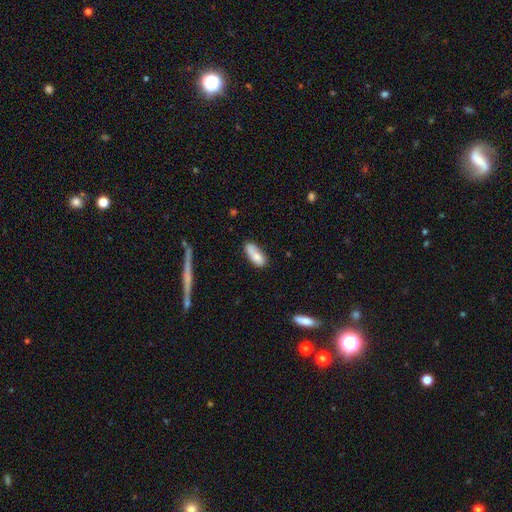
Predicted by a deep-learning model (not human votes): This appears to be a smooth galaxy with no disk features (75%) that is in between round and cigar-shaped (79%). Merging: none (56%).